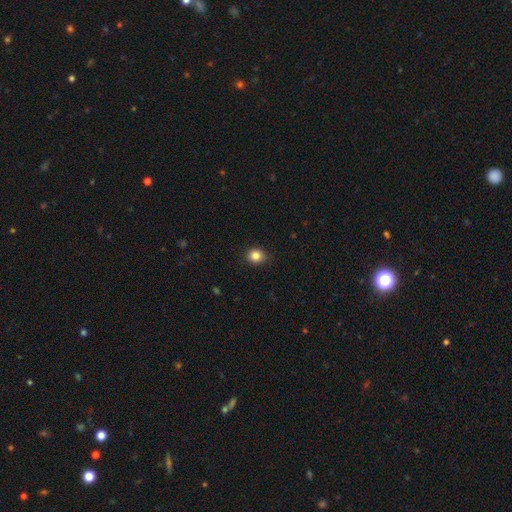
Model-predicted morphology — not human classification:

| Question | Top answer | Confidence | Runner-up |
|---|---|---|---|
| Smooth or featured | smooth | 85% | star or artifact (10%) |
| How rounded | round | 74% | in between (25%) |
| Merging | none | 88% | minor disturbance (9%) |